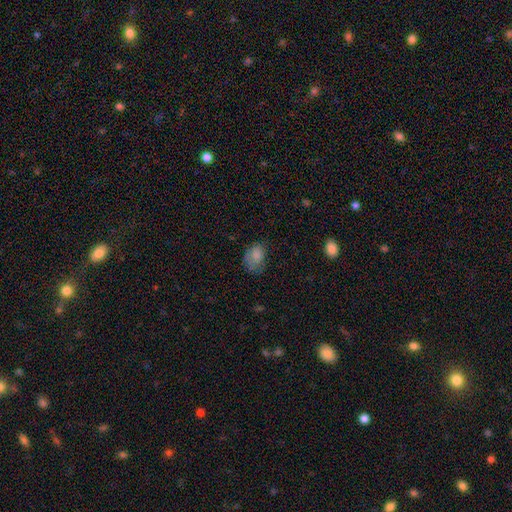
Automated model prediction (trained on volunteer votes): smooth-or-featured: smooth: 79% | featured or disk: 11% | star or artifact: 10%
  how-rounded: in between: 80% | round: 18% | cigar-shaped: 1%
  merging: none: 48% | minor disturbance: 33% | major disturbance: 17% | merger: 2%